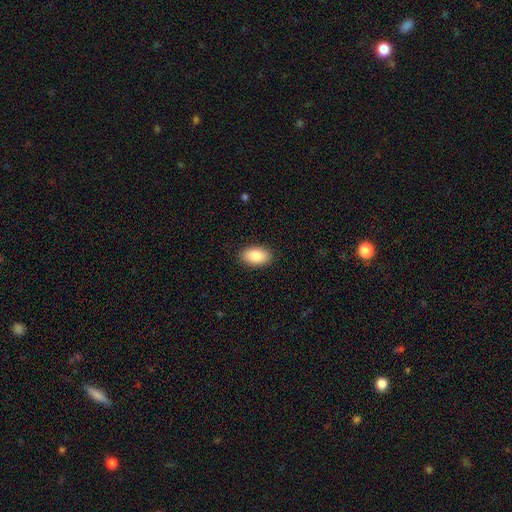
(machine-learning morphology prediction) A smooth galaxy with no disk features (86%) that is in between round and cigar-shaped (92%).

Vote fractions:
- Smooth or featured? smooth: 86% / featured or disk: 7% / star or artifact: 7%
- How rounded? in between: 92% / round: 6% / cigar-shaped: 2%
- Merging? none: 89% / minor disturbance: 8% / major disturbance: 2% / merger: 1%